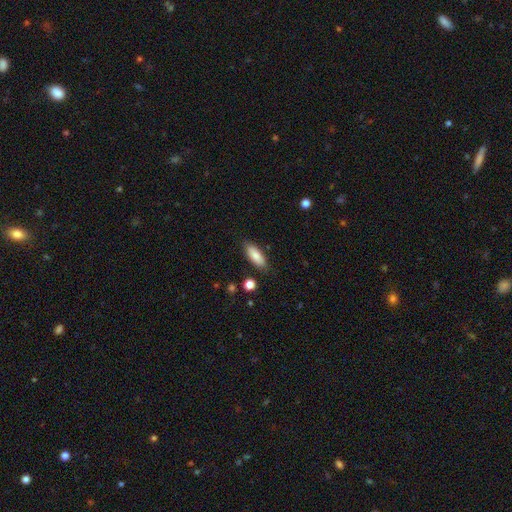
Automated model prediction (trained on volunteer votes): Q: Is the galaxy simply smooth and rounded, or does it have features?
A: smooth — 80%.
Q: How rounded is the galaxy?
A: in between — 70%.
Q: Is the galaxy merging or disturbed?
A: none — 83%.